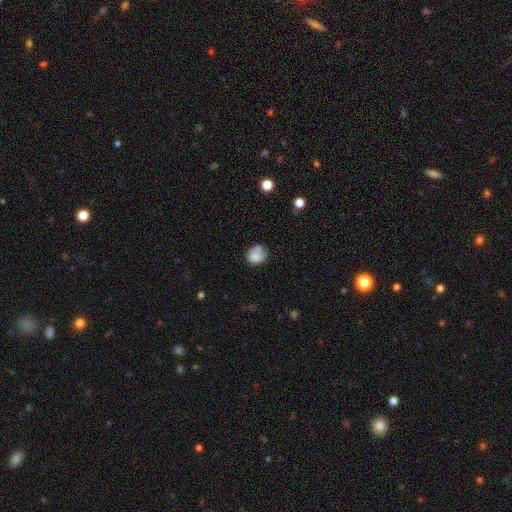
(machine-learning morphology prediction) type=smooth (76%); roundness=round (59%); merging=none (50%).